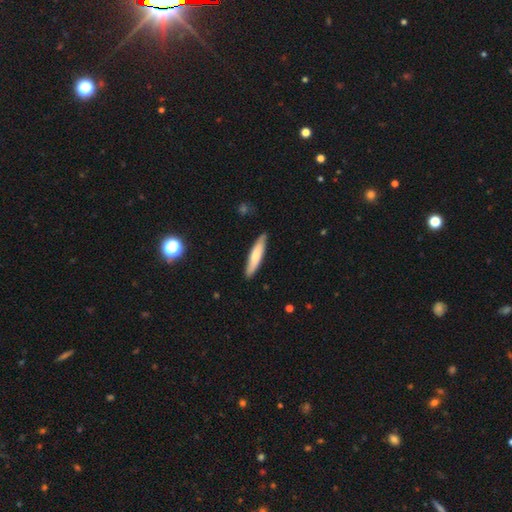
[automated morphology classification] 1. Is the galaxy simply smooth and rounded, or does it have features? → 70% smooth, 25% featured or disk, 5% star or artifact.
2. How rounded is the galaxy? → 84% cigar-shaped, 15% in between, 1% round.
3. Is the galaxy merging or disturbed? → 87% none, 10% minor disturbance, 2% major disturbance, 1% merger.